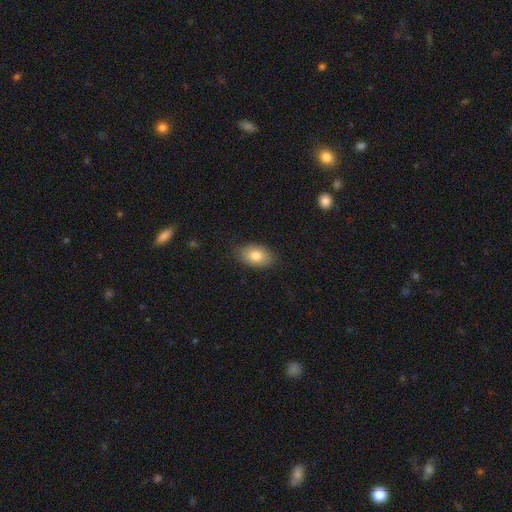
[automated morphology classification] This appears to be a smooth galaxy with no disk features (80%) that is in between round and cigar-shaped (87%). Merging: none (84%).